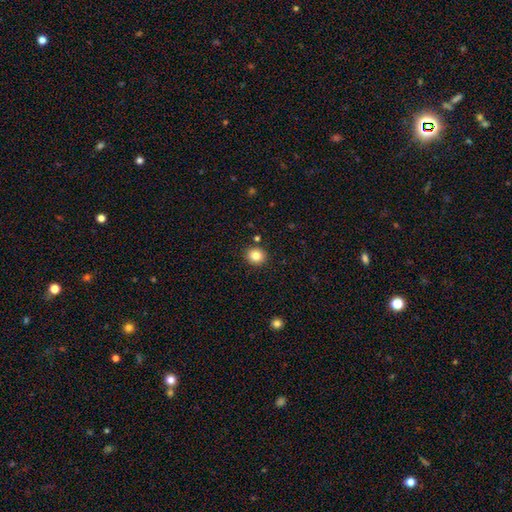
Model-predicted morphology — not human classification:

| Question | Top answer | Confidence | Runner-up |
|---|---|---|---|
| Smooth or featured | smooth | 84% | star or artifact (11%) |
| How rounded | round | 83% | in between (16%) |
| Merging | none | 89% | minor disturbance (6%) |